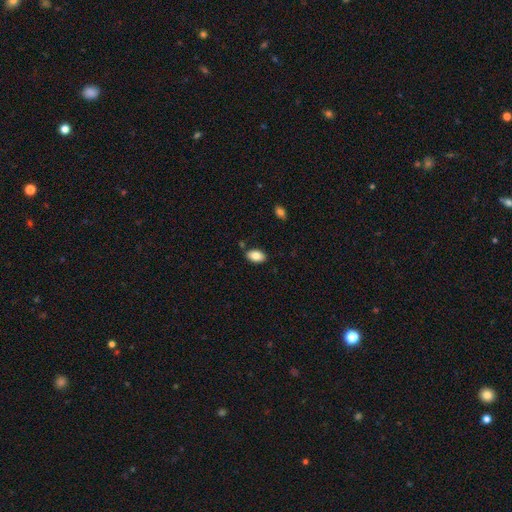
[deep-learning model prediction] A smooth galaxy with no disk features (84%) that is in between round and cigar-shaped (92%).

Vote fractions:
- Smooth or featured? smooth: 84% / featured or disk: 9% / star or artifact: 8%
- How rounded? in between: 92% / round: 6% / cigar-shaped: 2%
- Merging? none: 85% / minor disturbance: 10% / merger: 3% / major disturbance: 2%